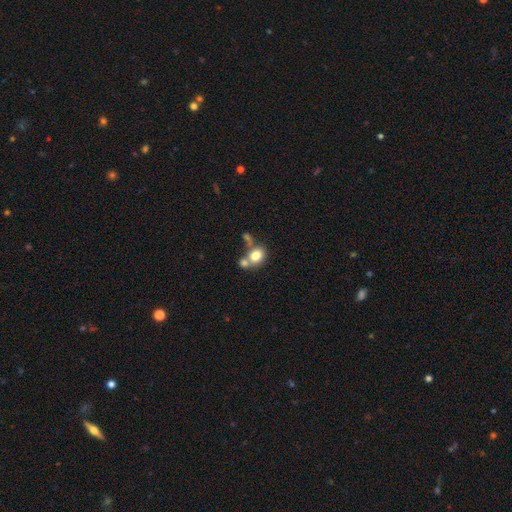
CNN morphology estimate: This is likely a smooth galaxy (78%). How rounded: possibly in between (52%). Merging: marginally merger (44%).